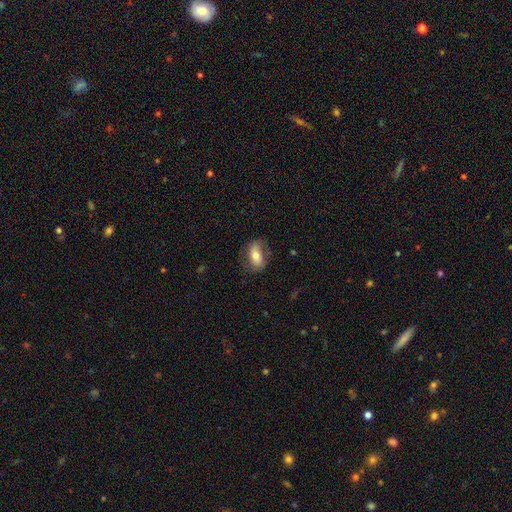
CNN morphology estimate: This is possibly a smooth galaxy (58%). How rounded: clearly in between (84%). Merging: likely none (71%).